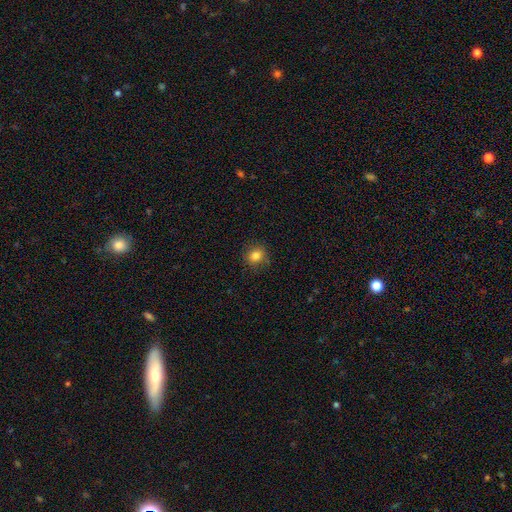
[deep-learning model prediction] Overall: smooth (82%). How rounded: round (87%). Merging: none (88%).